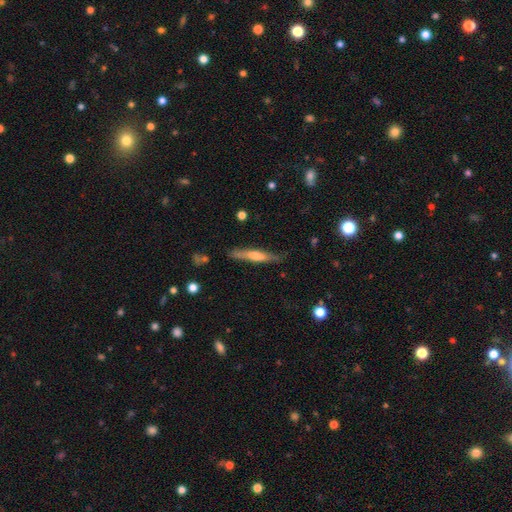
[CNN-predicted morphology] type=featured or disk (48%); merging=none (80%).